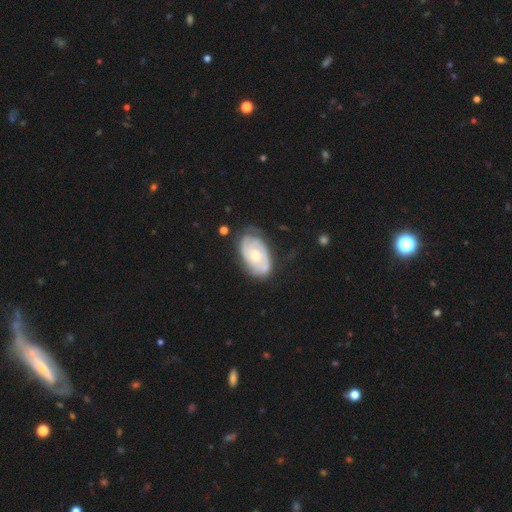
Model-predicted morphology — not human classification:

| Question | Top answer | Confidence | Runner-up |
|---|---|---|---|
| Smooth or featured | featured or disk | 75% | smooth (20%) |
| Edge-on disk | no | 96% | yes (4%) |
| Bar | no | 75% | weak (22%) |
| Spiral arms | yes | 87% | no (13%) |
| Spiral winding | tight | 64% | medium (28%) |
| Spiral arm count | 2 | 45% | can't tell (34%) |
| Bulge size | moderate | 62% | small (31%) |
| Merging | none | 64% | minor disturbance (25%) |